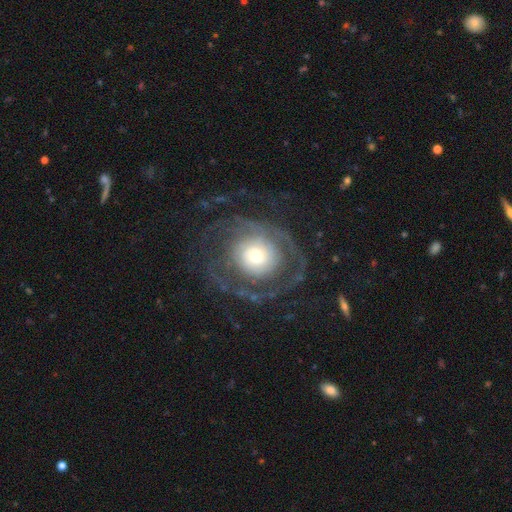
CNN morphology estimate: The model was most divided on "spiral arm count": can't tell: 33%, 2: 31%, 3: 14%, 1: 10%, 4: 7%, more than 4: 6%. Remaining: edge-on disk — no (97%); bar — no (82%); spiral arms — yes (80%); smooth or featured — featured or disk (78%); merging — none (64%); spiral winding — tight (55%); bulge size — moderate (42%).